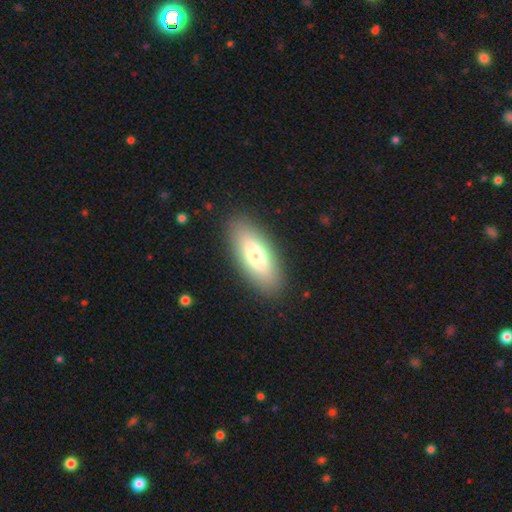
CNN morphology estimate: Smooth or featured: smooth — 72% (featured or disk — 22%)
How rounded: in between — 77% (cigar-shaped — 21%)
Merging: none — 88% (minor disturbance — 8%)